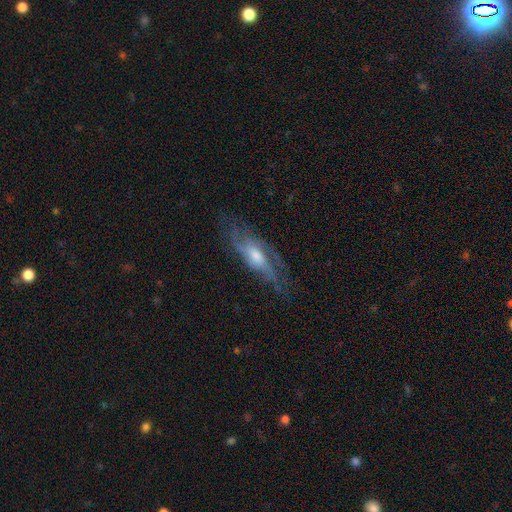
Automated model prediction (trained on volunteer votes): Smooth or featured?
  - featured or disk: 74% *
  - smooth: 19%
  - star or artifact: 7%
Edge-on disk?
  - no: 74% *
  - yes: 26%
Bar?
  - no: 64% *
  - weak: 29%
  - strong: 7%
Spiral arms?
  - yes: 87% *
  - no: 13%
Bulge size?
  - moderate: 57% *
  - small: 21%
  - large: 16%
  - none: 4%
  - dominant: 2%
Merging?
  - none: 64% *
  - minor disturbance: 21%
  - major disturbance: 13%
  - merger: 1%